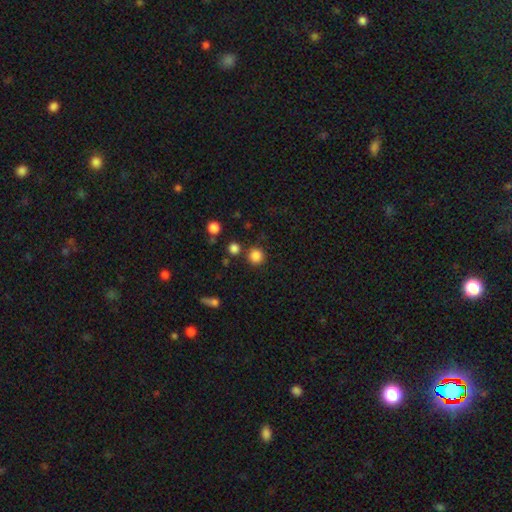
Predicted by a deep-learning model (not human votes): A smooth galaxy with no disk features (84%) that is round (93%). Merging: none (83%).